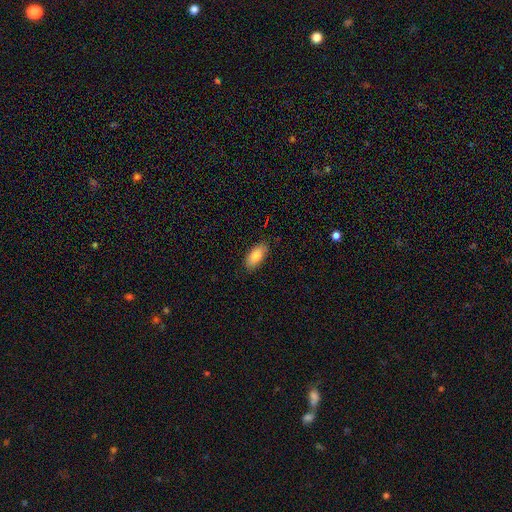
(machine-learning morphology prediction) type=smooth (83%); roundness=in between (88%); merging=none (85%).